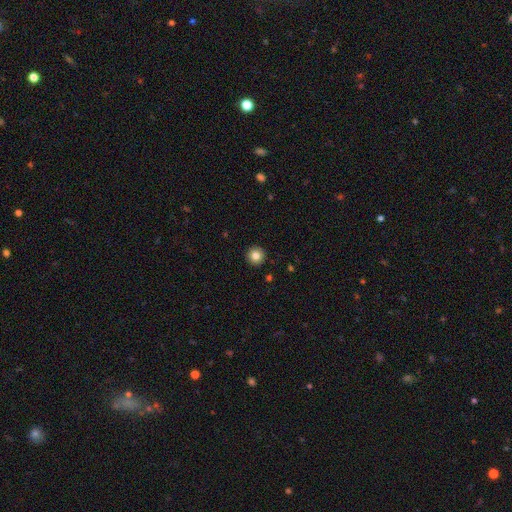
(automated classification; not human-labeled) This is clearly a smooth galaxy (83%). How rounded: clearly round (96%). Merging: clearly none (93%).